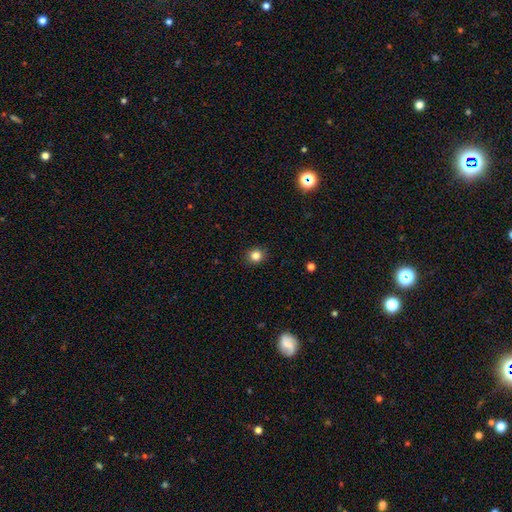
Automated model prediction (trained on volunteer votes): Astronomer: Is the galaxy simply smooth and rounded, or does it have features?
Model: smooth — 84%.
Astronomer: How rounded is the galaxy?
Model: round — 84%.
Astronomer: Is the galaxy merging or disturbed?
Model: none — 91%.